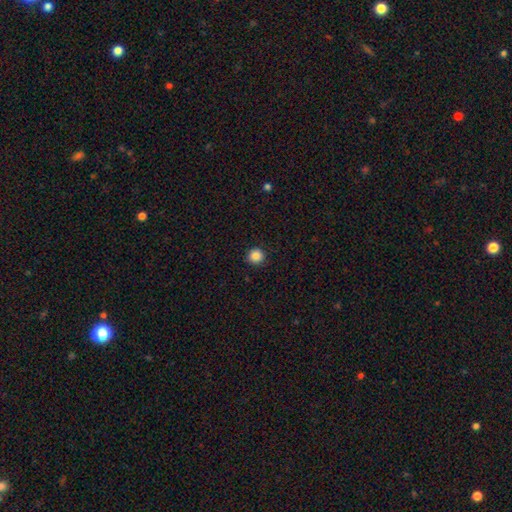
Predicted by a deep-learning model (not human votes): This is clearly a smooth galaxy (86%). How rounded: clearly round (95%). Merging: clearly none (92%).